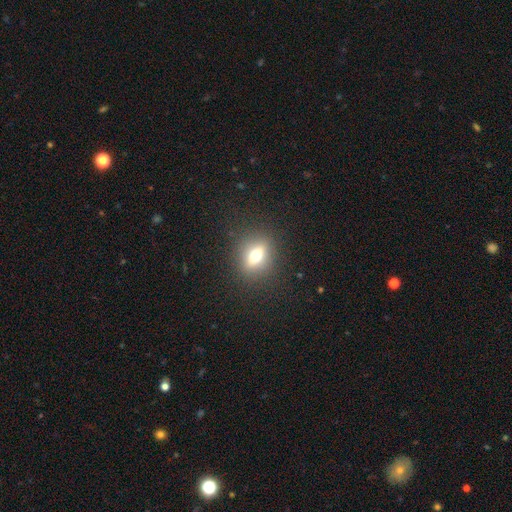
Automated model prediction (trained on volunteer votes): smooth_or_featured: smooth (p=0.60) [alt: featured or disk p=0.27]
how_rounded: in between (p=0.49) [alt: round p=0.45]
merging: none (p=0.87) [alt: minor disturbance p=0.08]